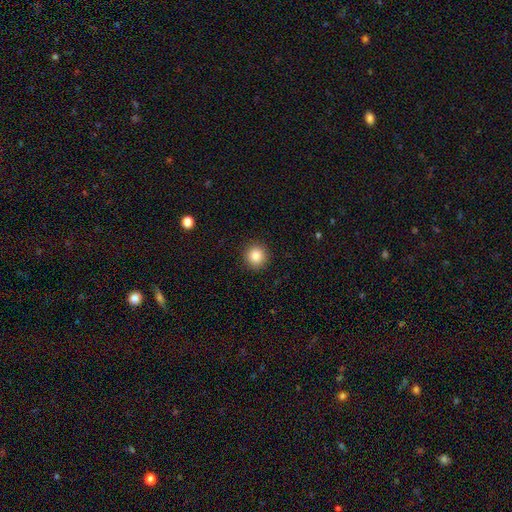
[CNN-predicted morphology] Smooth or featured? smooth (85%)
How rounded? round (94%)
Merging? none (92%)